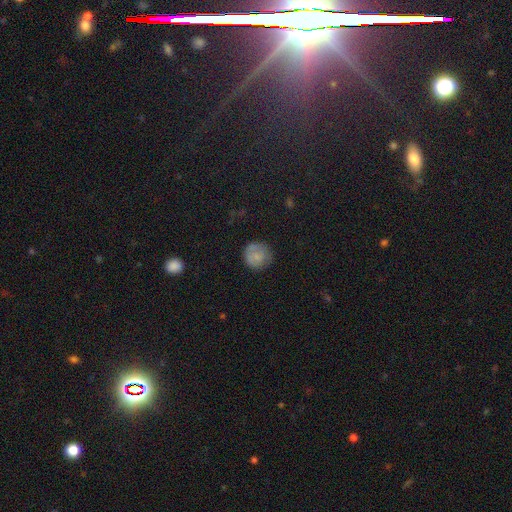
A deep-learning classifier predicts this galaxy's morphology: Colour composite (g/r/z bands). It shows a smooth galaxy with no disk features (77%) that is round (93%). Merging: none (76%).